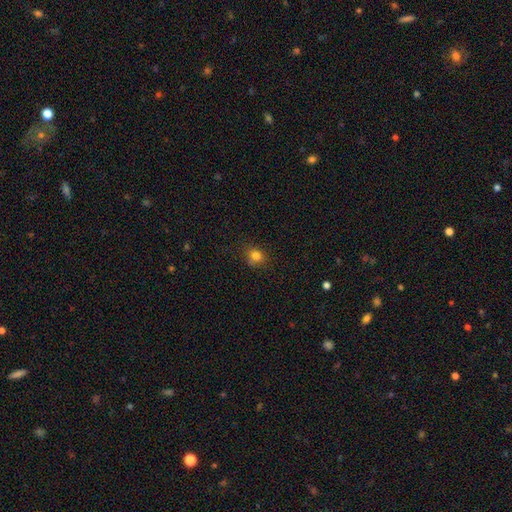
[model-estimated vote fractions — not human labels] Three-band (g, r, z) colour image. It shows a smooth galaxy with no disk features (80%) that is round (70%). Merging: none (78%).